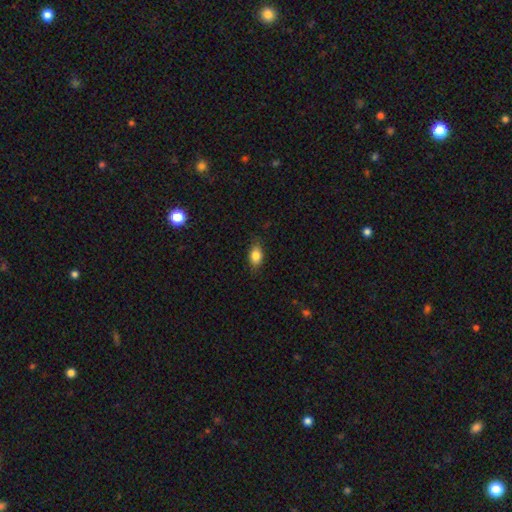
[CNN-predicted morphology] smooth_or_featured: smooth (p=0.83) [alt: featured or disk p=0.09]
how_rounded: in between (p=0.84) [alt: round p=0.11]
merging: none (p=0.80) [alt: minor disturbance p=0.16]